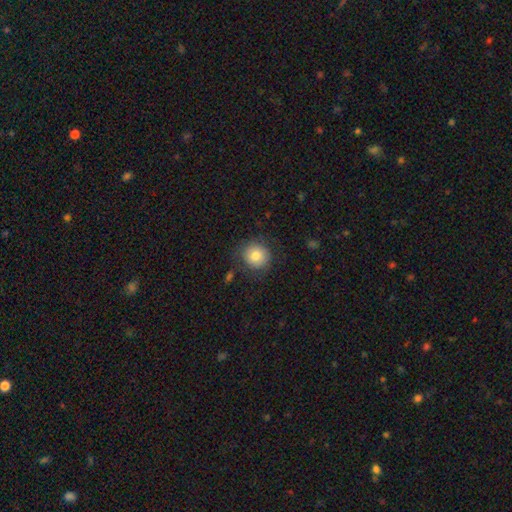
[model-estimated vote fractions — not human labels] The model was most divided on "merging": none: 80%, minor disturbance: 13%, major disturbance: 5%, merger: 2%. More confident: how rounded — round (89%); smooth or featured — smooth (80%).